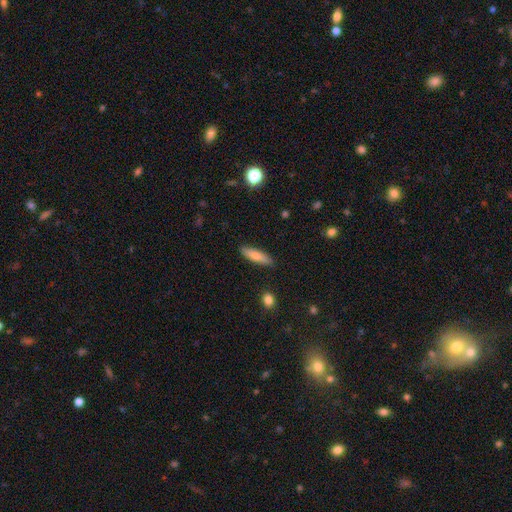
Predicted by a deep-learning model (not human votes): smooth 76%, featured or disk 18%, star or artifact 6%. Down the decision tree: how rounded — cigar-shaped (65%); merging — none (87%).